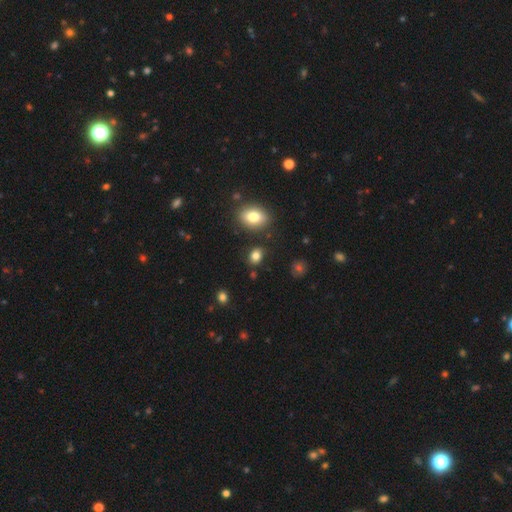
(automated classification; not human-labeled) A smooth galaxy with no disk features (82%) that is in between round and cigar-shaped (66%).

Vote fractions:
- Smooth or featured? smooth: 82% / star or artifact: 11% / featured or disk: 7%
- How rounded? in between: 66% / round: 32% / cigar-shaped: 1%
- Merging? none: 81% / minor disturbance: 12% / merger: 5% / major disturbance: 3%